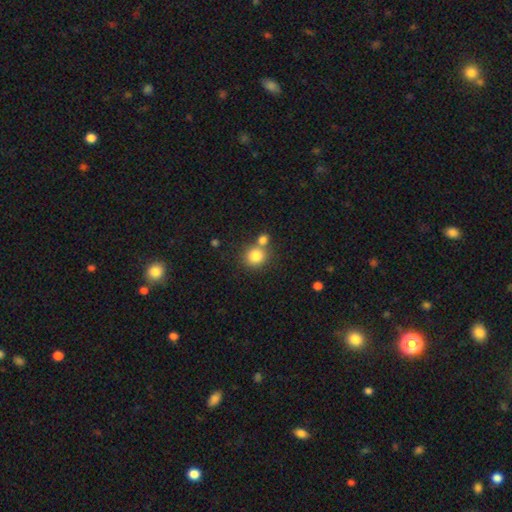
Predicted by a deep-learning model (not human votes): Smooth or featured? Predicted: smooth (p=0.82). How rounded? Predicted: round (p=0.86). Merging? Predicted: none (p=0.56).